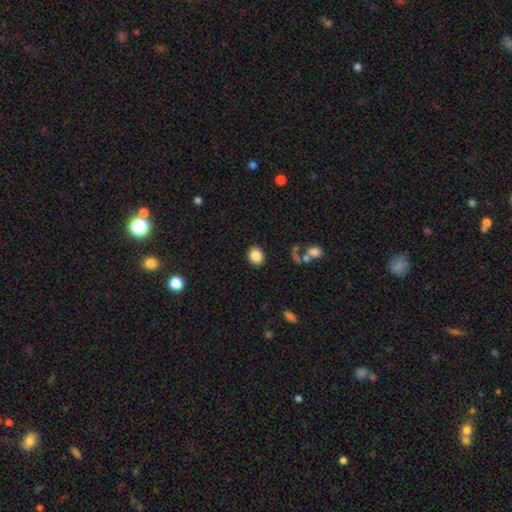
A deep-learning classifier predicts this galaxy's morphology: Smooth or featured?
  - smooth: 85% *
  - star or artifact: 9%
  - featured or disk: 6%
How rounded?
  - round: 59% *
  - in between: 40%
  - cigar-shaped: 1%
Merging?
  - none: 88% *
  - minor disturbance: 7%
  - major disturbance: 3%
  - merger: 2%